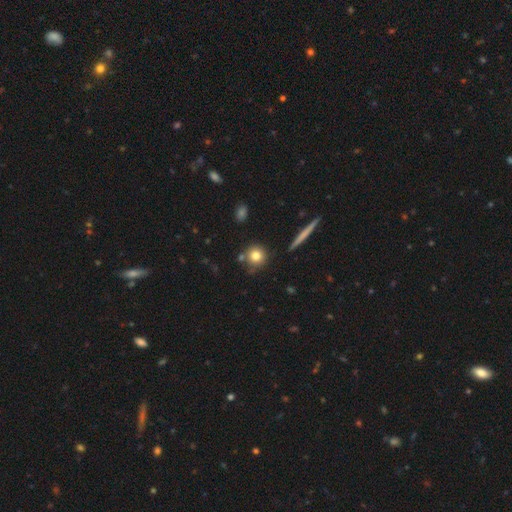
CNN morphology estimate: Smooth or featured? Predicted: smooth (p=0.79). How rounded? Predicted: round (p=0.92). Merging? Predicted: none (p=0.78).